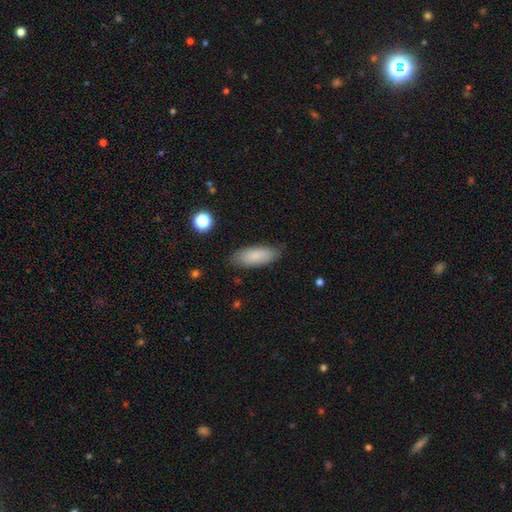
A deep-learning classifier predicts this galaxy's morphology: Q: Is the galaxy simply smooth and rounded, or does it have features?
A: smooth — 86%.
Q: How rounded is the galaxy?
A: in between — 76%.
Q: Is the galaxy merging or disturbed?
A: none — 81%.